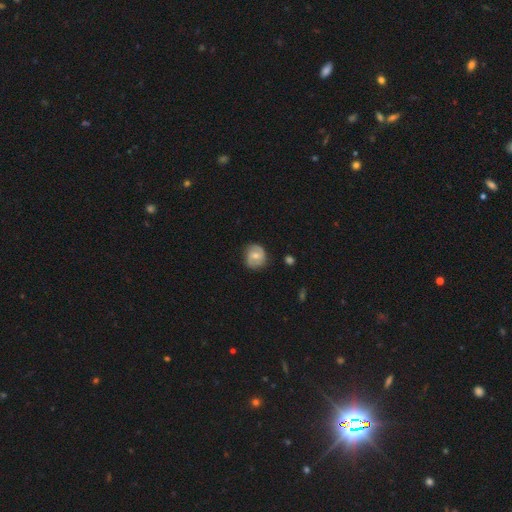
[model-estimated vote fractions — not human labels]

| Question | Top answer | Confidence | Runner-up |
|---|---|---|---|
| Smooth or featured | featured or disk | 57% | smooth (37%) |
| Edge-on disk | no | 97% | yes (3%) |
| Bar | no | 50% | weak (41%) |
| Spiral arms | yes | 83% | no (17%) |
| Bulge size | moderate | 61% | small (34%) |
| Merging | none | 76% | minor disturbance (18%) |